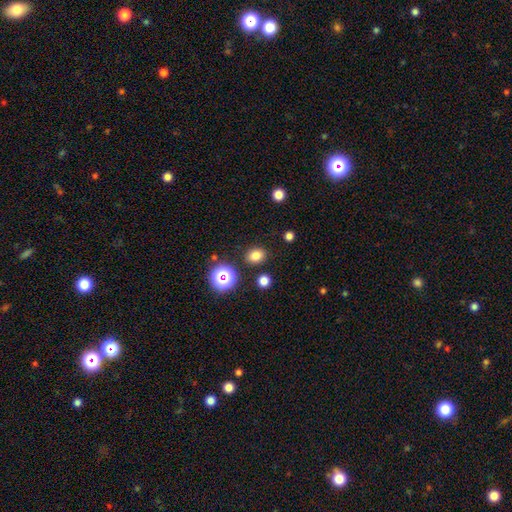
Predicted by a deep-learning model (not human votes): The model was most divided on "how rounded": round: 59%, in between: 40%, cigar-shaped: 1%. More confident: merging — none (86%); smooth or featured — smooth (77%).